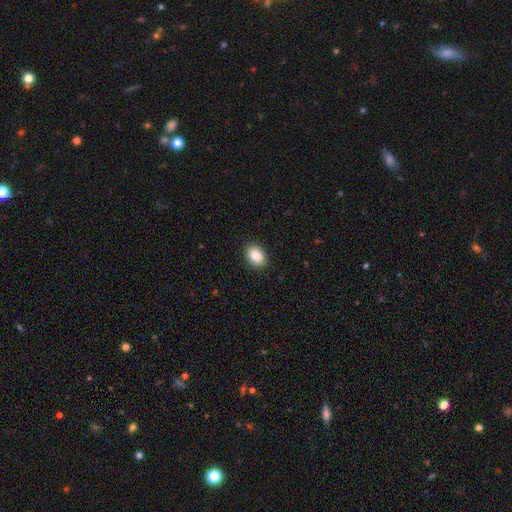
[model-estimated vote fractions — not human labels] smooth-or-featured: smooth: 89% | star or artifact: 8% | featured or disk: 4%
  how-rounded: in between: 78% | round: 21% | cigar-shaped: 1%
  merging: none: 87% | minor disturbance: 9% | major disturbance: 2% | merger: 1%